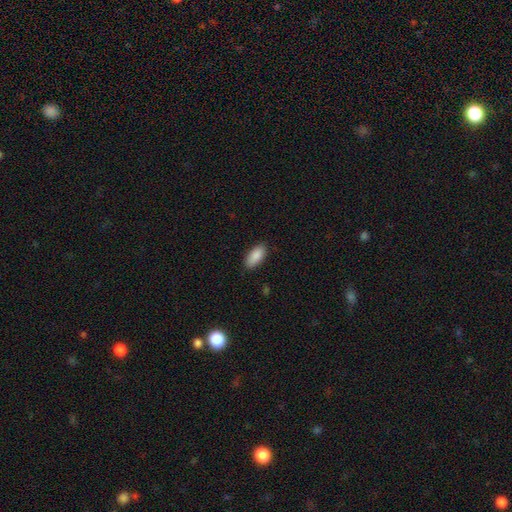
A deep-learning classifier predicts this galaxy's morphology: Q: Smooth or featured?
A: smooth (89%); runner-up: star or artifact (6%)
Q: How rounded?
A: in between (90%); runner-up: cigar-shaped (8%)
Q: Merging?
A: none (86%); runner-up: minor disturbance (10%)